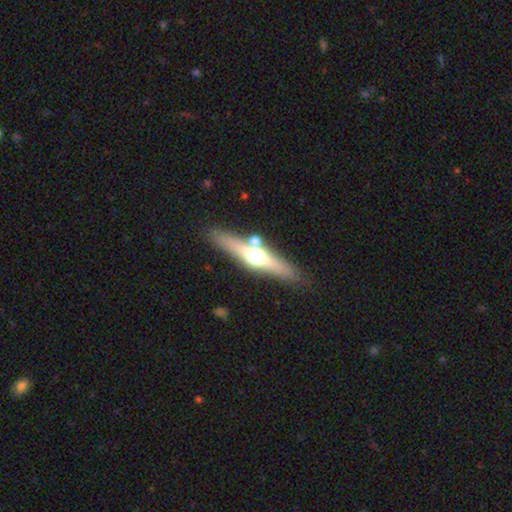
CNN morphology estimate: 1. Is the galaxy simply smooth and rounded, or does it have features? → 61% featured or disk, 32% smooth, 7% star or artifact.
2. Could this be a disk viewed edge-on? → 93% yes, 7% no.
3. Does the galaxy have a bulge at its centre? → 95% rounded, 3% boxy, 3% none.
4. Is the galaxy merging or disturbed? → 80% none, 9% minor disturbance, 8% merger, 3% major disturbance.